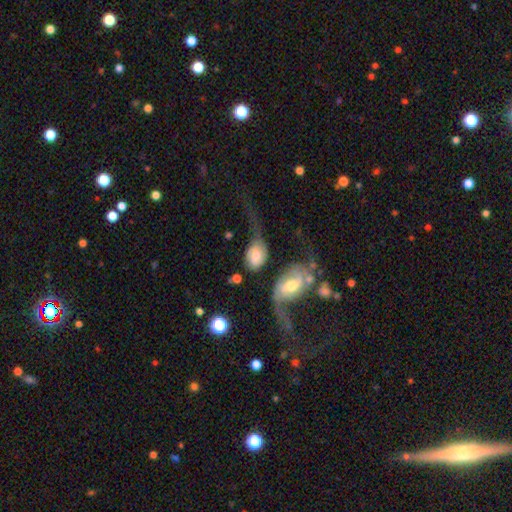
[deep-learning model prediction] This appears to be a smooth galaxy with no disk features (51%) that is in between round and cigar-shaped (78%). Merging: major disturbance (34%).